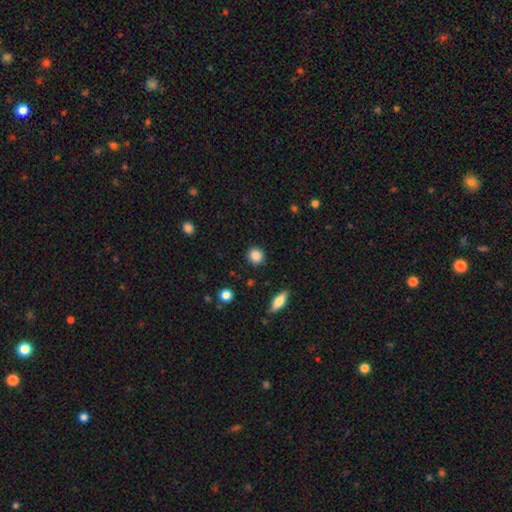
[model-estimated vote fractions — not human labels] This appears to be a smooth galaxy with no disk features (87%) that is round (88%). Merging: none (90%).